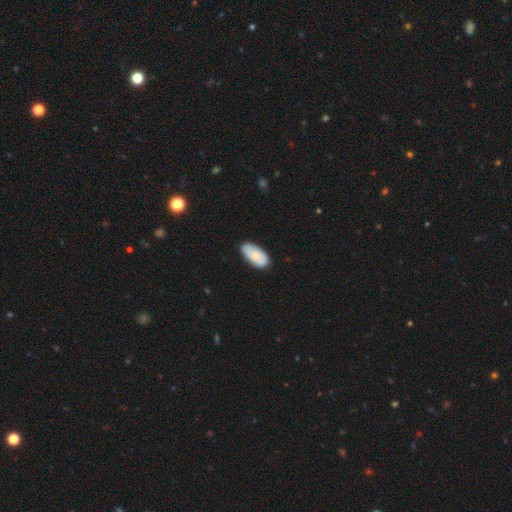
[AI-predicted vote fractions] smooth-or-featured: smooth: 76% | featured or disk: 18% | star or artifact: 6%
  how-rounded: in between: 94% | cigar-shaped: 4% | round: 2%
  merging: none: 78% | minor disturbance: 17% | major disturbance: 3% | merger: 1%